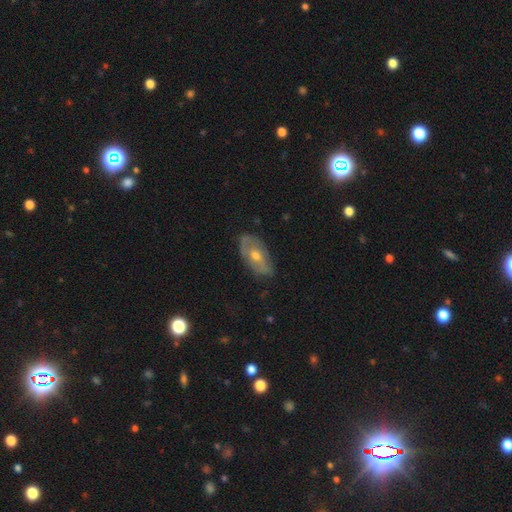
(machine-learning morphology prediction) Q: Smooth or featured?
A: featured or disk (61%); runner-up: smooth (32%)
Q: Edge-on disk?
A: no (86%); runner-up: yes (14%)
Q: Bar?
A: no (69%); runner-up: weak (24%)
Q: Spiral arms?
A: no (51%); runner-up: yes (49%)
Q: Bulge size?
A: moderate (67%); runner-up: small (28%)
Q: Merging?
A: none (74%); runner-up: minor disturbance (20%)